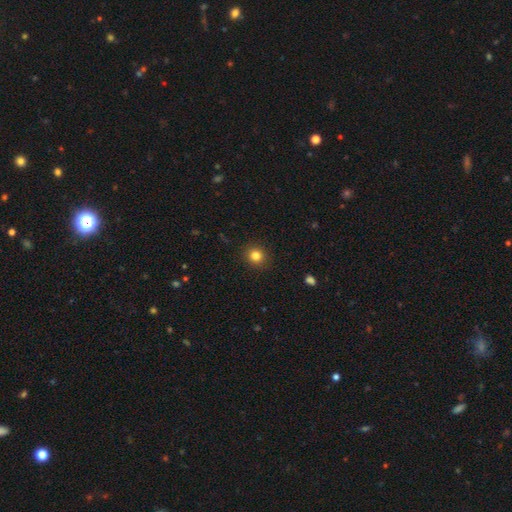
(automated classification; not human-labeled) Morphology: type=smooth (82%); roundness=round (89%); merging=none (91%).